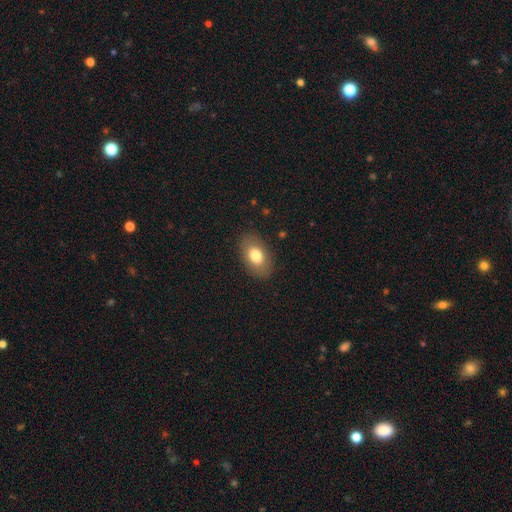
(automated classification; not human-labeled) smooth_or_featured: smooth (p=0.76) [alt: featured or disk p=0.16]
how_rounded: in between (p=0.88) [alt: round p=0.10]
merging: none (p=0.86) [alt: minor disturbance p=0.10]